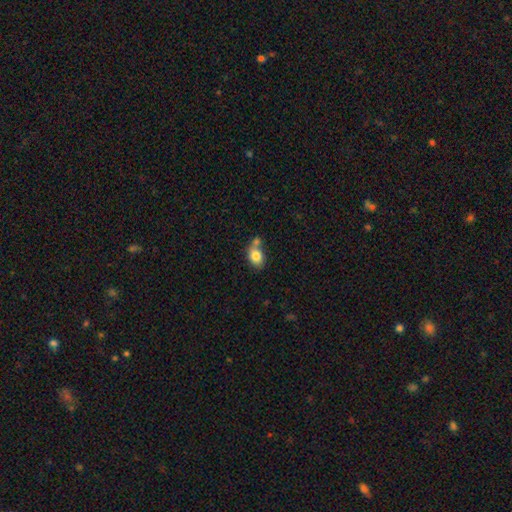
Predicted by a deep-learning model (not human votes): Overall: smooth (81%). How rounded: in between (73%). Merging: none (46%; merger 34%).